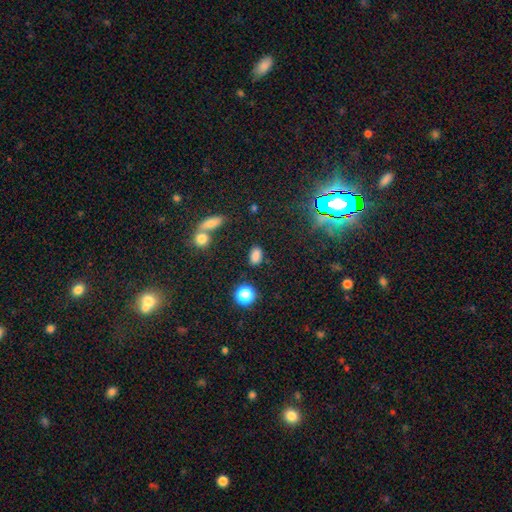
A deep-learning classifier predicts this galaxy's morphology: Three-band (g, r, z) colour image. It shows a smooth galaxy with no disk features (79%) that is in between round and cigar-shaped (85%). Merging: none (78%).